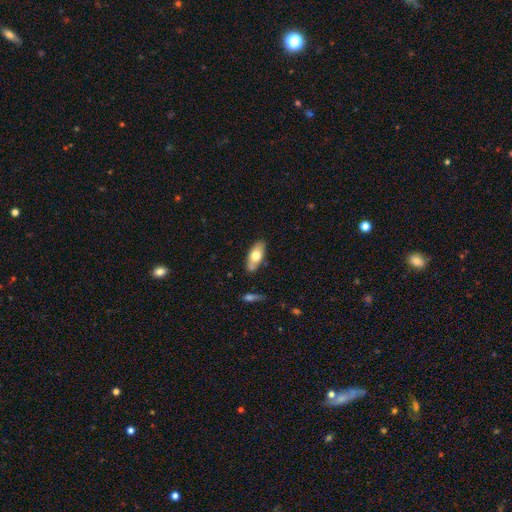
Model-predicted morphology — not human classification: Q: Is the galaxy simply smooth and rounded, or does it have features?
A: smooth — 66%.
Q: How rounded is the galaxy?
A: in between — 83%.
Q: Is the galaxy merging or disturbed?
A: none — 78%.